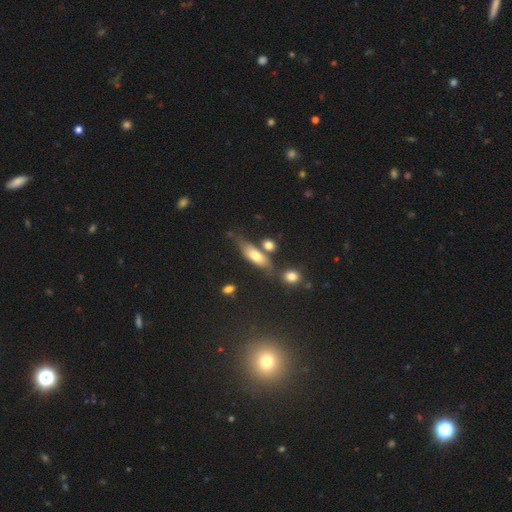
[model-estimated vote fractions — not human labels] Smooth or featured? smooth (65%)
How rounded? in between (67%)
Merging? none (55%)